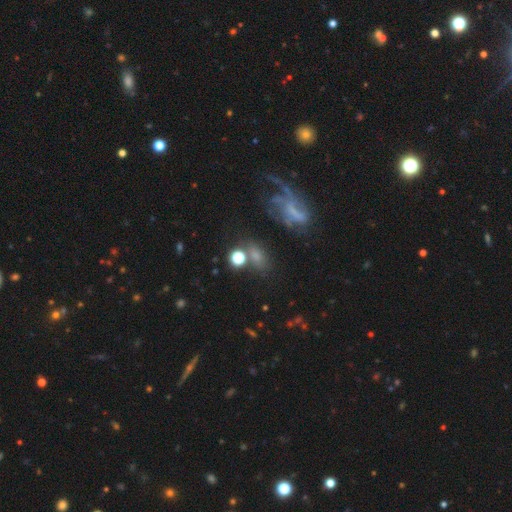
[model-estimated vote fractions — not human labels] Q: Smooth or featured?
A: smooth (55%); runner-up: star or artifact (26%)
Q: How rounded?
A: in between (55%); runner-up: round (41%)
Q: Merging?
A: none (57%); runner-up: minor disturbance (17%)